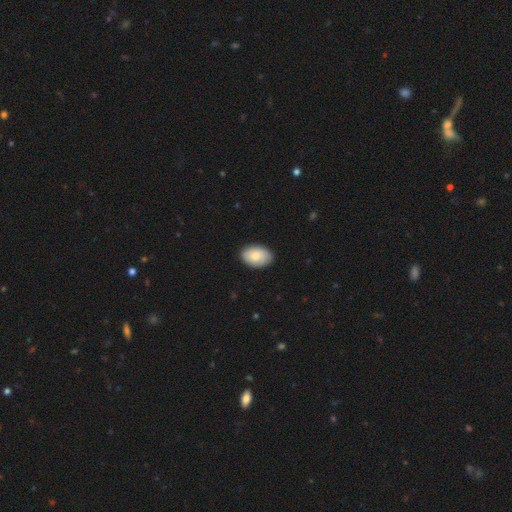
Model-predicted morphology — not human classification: type=smooth (81%); roundness=in between (89%); merging=none (86%).